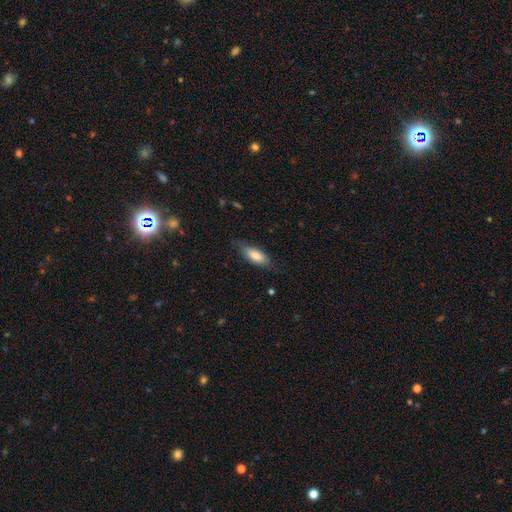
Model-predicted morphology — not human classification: Smooth or featured? Predicted: smooth (p=0.79). How rounded? Predicted: in between (p=0.70). Merging? Predicted: none (p=0.72).